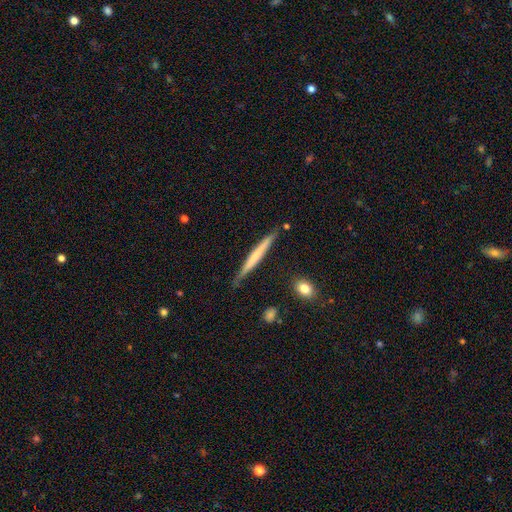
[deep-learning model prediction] A featured or disk galaxy (48%).

Vote fractions:
- Smooth or featured? featured or disk: 48% / smooth: 47% / star or artifact: 6%
- Merging? none: 83% / minor disturbance: 13% / major disturbance: 2% / merger: 2%